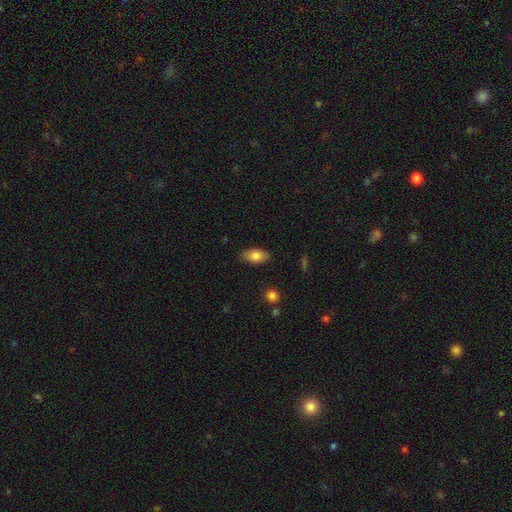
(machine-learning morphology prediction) Overall: smooth (82%). How rounded: in between (92%). Merging: none (86%).